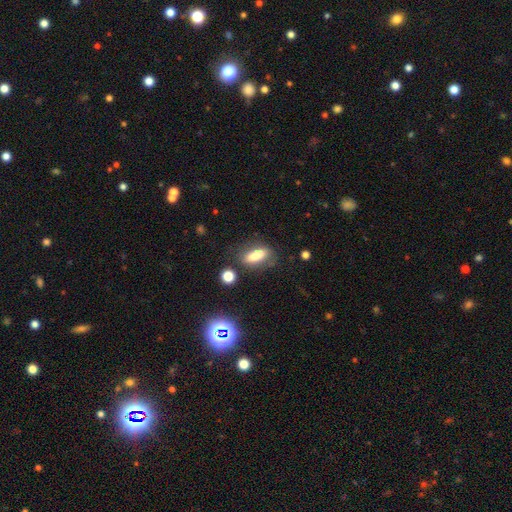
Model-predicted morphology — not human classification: This appears to be a smooth galaxy with no disk features (76%) that is in between round and cigar-shaped (69%). Merging: none (73%).